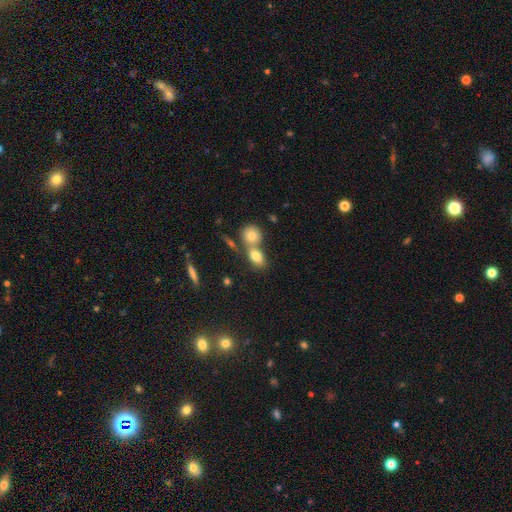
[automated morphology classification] smooth_or_featured: smooth (p=0.77) [alt: featured or disk p=0.13]
how_rounded: in between (p=0.73) [alt: round p=0.23]
merging: merger (p=0.52) [alt: none p=0.35]